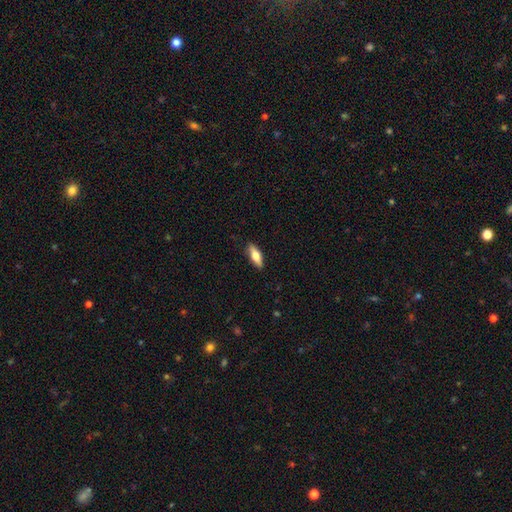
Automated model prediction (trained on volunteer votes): smooth-or-featured: smooth: 64% | featured or disk: 30% | star or artifact: 6%
  how-rounded: in between: 57% | cigar-shaped: 40% | round: 3%
  merging: none: 88% | minor disturbance: 9% | major disturbance: 2% | merger: 1%